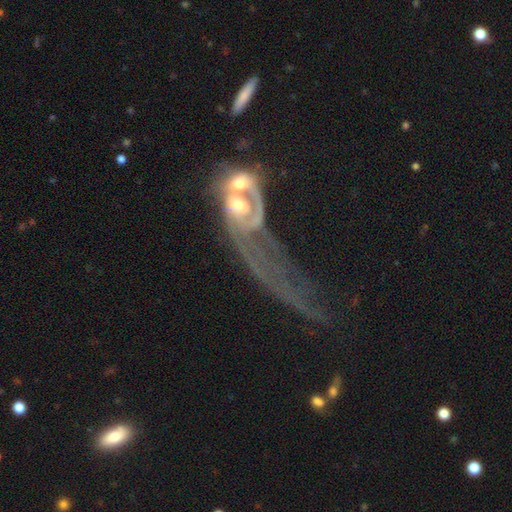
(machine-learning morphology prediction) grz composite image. It shows a featured or disk galaxy (48%). Merging: merger (37%).